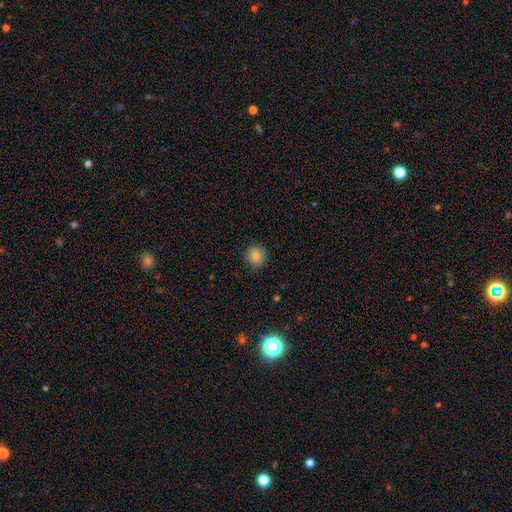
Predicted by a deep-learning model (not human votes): Smooth or featured? smooth (82%)
How rounded? round (86%)
Merging? none (87%)